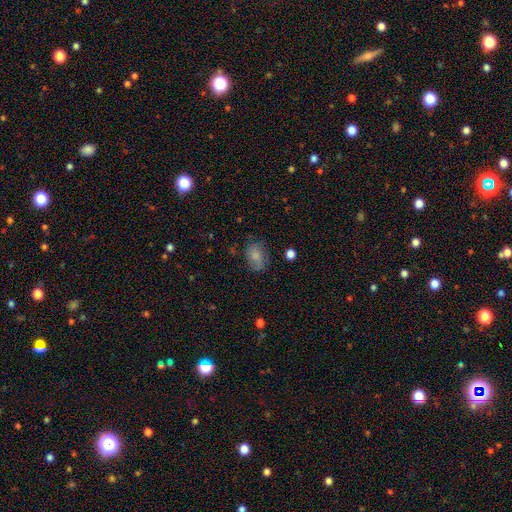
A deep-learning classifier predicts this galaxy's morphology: Smooth or featured? smooth (70%)
How rounded? in between (76%)
Merging? none (63%)